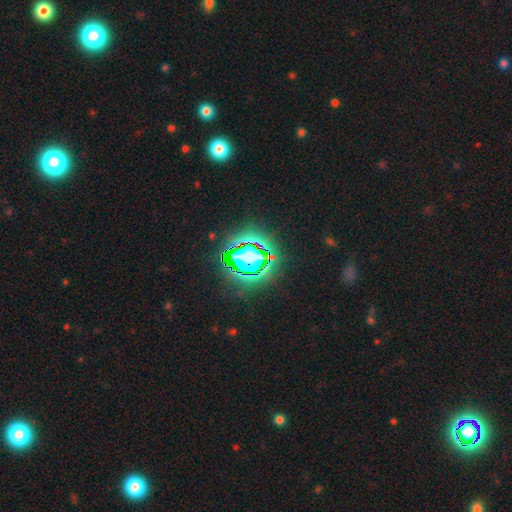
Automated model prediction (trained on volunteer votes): Smooth or featured? star or artifact (67%)